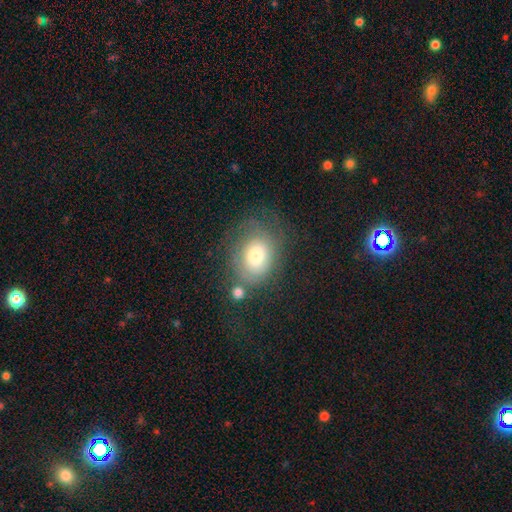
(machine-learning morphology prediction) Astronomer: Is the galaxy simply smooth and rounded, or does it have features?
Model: smooth — 64%.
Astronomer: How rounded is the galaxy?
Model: in between — 56% (runner-up: round, 43%).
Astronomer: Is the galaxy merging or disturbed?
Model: none — 58%.